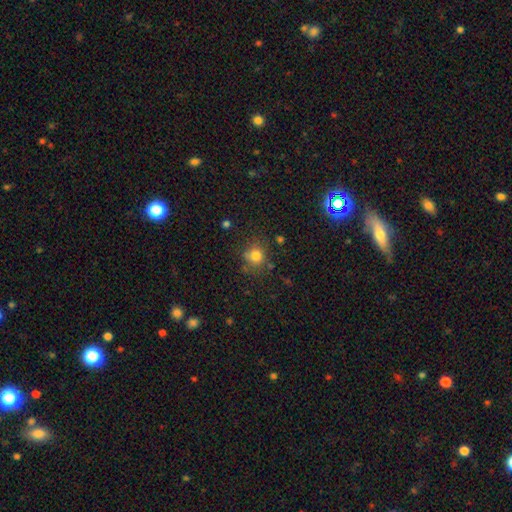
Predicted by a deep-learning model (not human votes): smooth_or_featured: smooth (p=0.78) [alt: star or artifact p=0.14]
how_rounded: round (p=0.83) [alt: in between p=0.16]
merging: none (p=0.71) [alt: minor disturbance p=0.17]